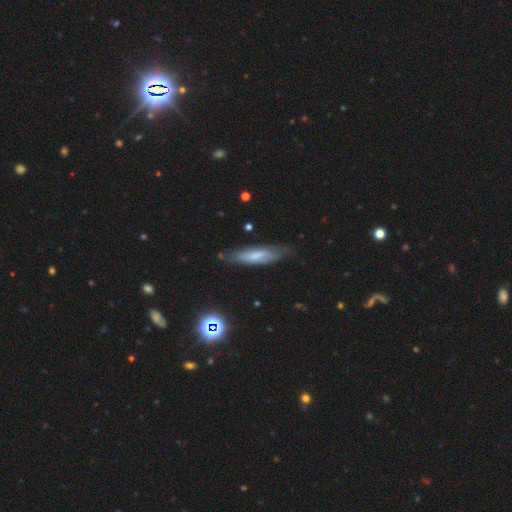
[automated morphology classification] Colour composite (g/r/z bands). It shows a smooth galaxy with no disk features (46%). Merging: none (72%).